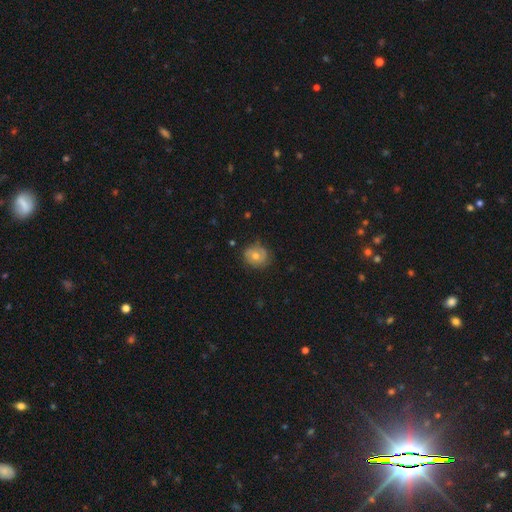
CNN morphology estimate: A smooth galaxy with no disk features (50%).

Vote fractions:
- Smooth or featured? smooth: 50% / featured or disk: 41% / star or artifact: 9%
- Merging? none: 70% / minor disturbance: 22% / major disturbance: 6% / merger: 1%